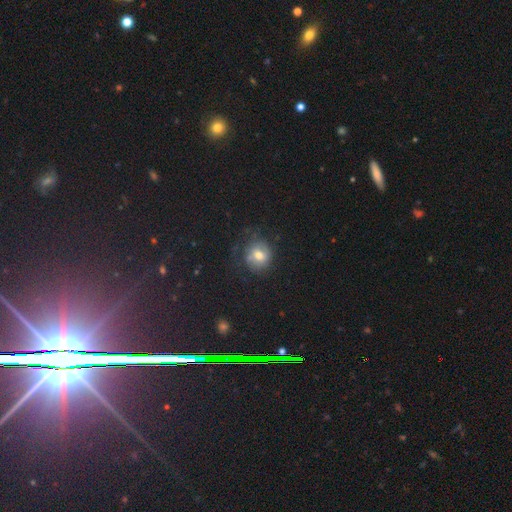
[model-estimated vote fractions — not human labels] Smooth or featured? smooth (61%)
How rounded? round (82%)
Merging? none (70%)